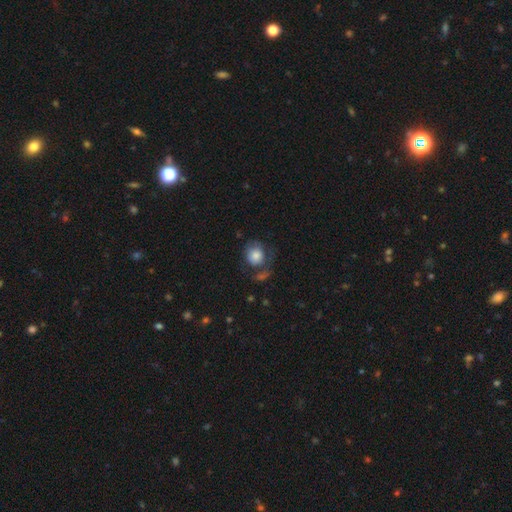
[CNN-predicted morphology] Overall: smooth (76%). How rounded: round (78%). Merging: none (42%; major disturbance 25%).